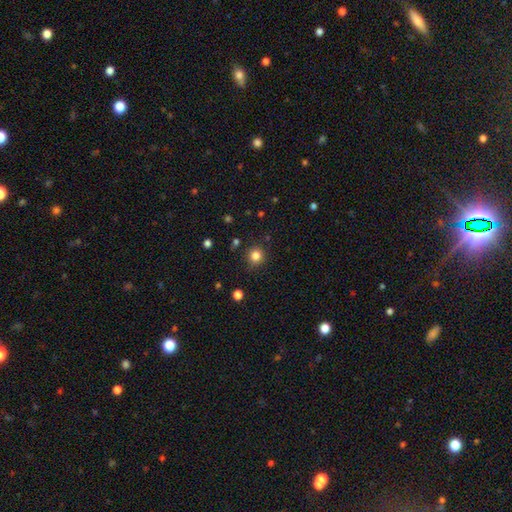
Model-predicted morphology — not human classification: Smooth or featured? Predicted: smooth (p=0.83). How rounded? Predicted: round (p=0.93). Merging? Predicted: none (p=0.87).